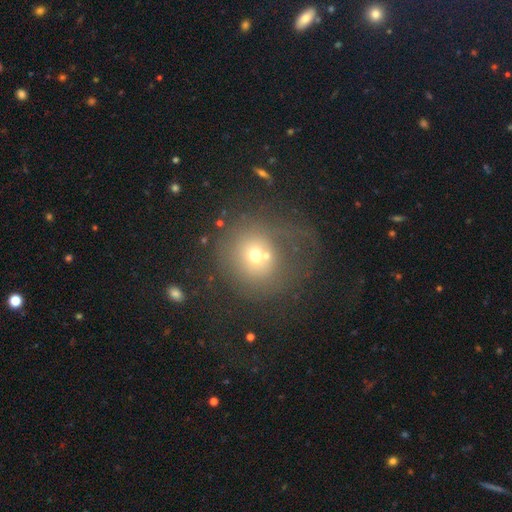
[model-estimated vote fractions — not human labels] Smooth or featured: smooth — 59% (featured or disk — 24%)
How rounded: round — 89% (in between — 10%)
Merging: none — 45% (major disturbance — 24%)